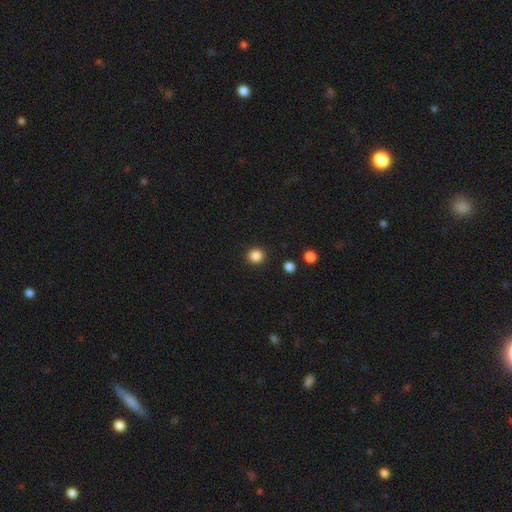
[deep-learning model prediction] smooth 86%, star or artifact 11%, featured or disk 3%. Down the decision tree: how rounded — round (89%); merging — none (92%).